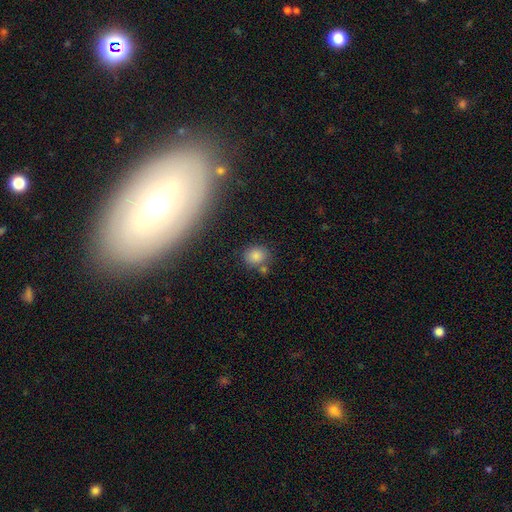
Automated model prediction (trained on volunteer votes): Smooth or featured? smooth (80%)
How rounded? round (65%)
Merging? none (72%)